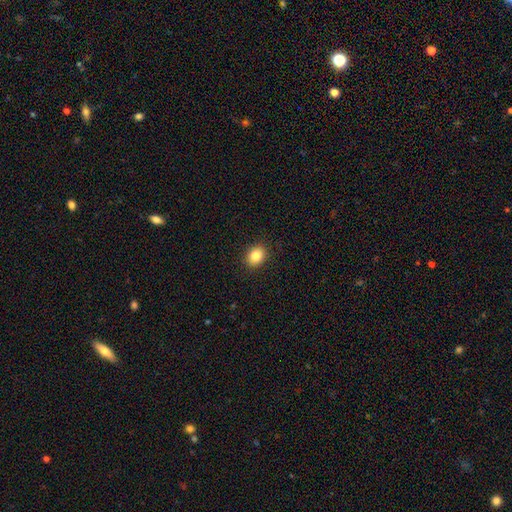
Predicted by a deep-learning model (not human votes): This is clearly a smooth galaxy (85%). How rounded: possibly round (50%). Merging: clearly none (90%).